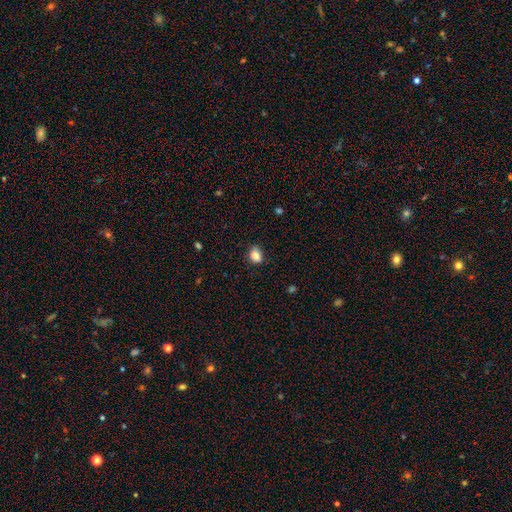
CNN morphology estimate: This appears to be a smooth galaxy with no disk features (86%) that is in between round and cigar-shaped (62%). Merging: none (74%).